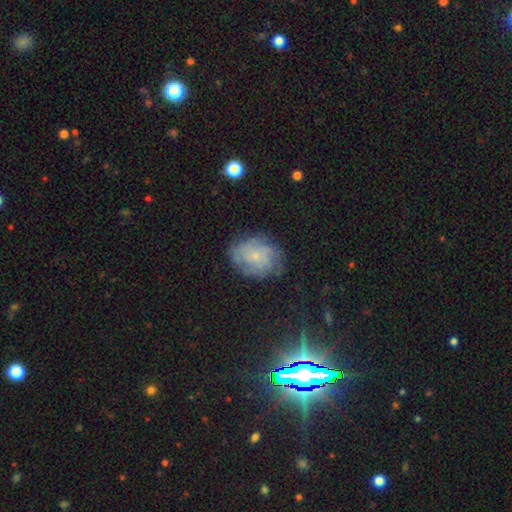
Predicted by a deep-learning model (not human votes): Smooth or featured?
  - featured or disk: 52% *
  - smooth: 35%
  - star or artifact: 13%
Edge-on disk?
  - no: 96% *
  - yes: 4%
Merging?
  - none: 70% *
  - minor disturbance: 20%
  - major disturbance: 8%
  - merger: 2%